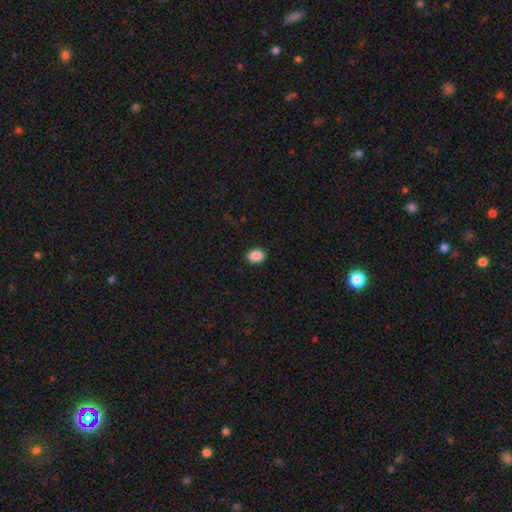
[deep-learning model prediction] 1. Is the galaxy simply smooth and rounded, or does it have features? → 89% smooth, 8% star or artifact, 3% featured or disk.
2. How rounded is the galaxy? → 71% in between, 28% round, 1% cigar-shaped.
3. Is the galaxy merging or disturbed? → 91% none, 7% minor disturbance, 2% major disturbance, 1% merger.